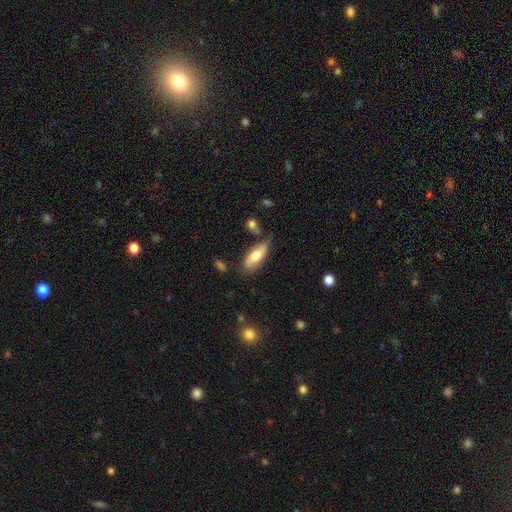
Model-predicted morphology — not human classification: This appears to be a smooth galaxy with no disk features (70%) that is in between round and cigar-shaped (71%). Merging: none (65%).